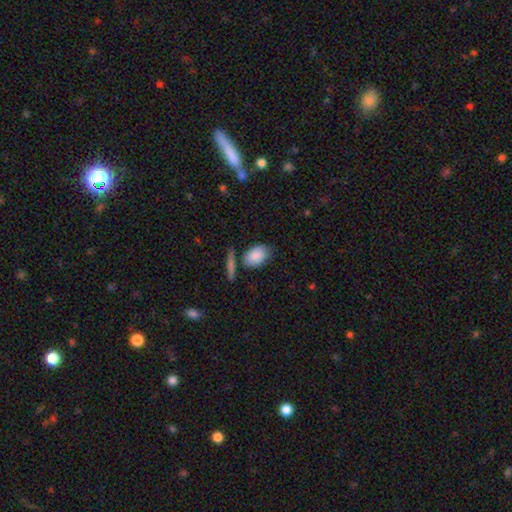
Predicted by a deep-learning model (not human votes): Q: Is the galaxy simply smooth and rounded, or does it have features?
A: smooth — 85%.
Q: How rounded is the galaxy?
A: in between — 80%.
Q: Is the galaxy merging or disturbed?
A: none — 64%.